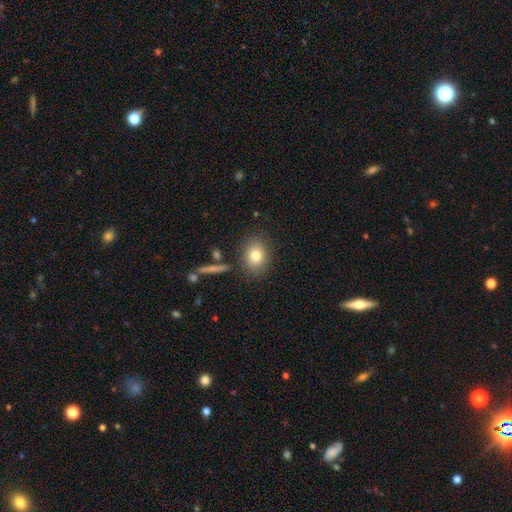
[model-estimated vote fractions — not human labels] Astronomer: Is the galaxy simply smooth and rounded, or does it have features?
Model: smooth — 78%.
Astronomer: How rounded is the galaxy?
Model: round — 57% (runner-up: in between, 41%).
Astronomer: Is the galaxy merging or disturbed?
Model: none — 83%.